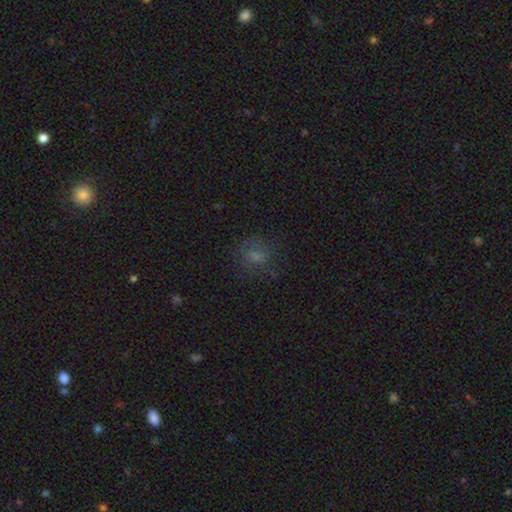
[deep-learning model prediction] A smooth galaxy with no disk features (57%) that is round (52%).

Vote fractions:
- Smooth or featured? smooth: 57% / featured or disk: 22% / star or artifact: 21%
- How rounded? round: 52% / in between: 46% / cigar-shaped: 2%
- Merging? none: 65% / minor disturbance: 19% / major disturbance: 14% / merger: 2%